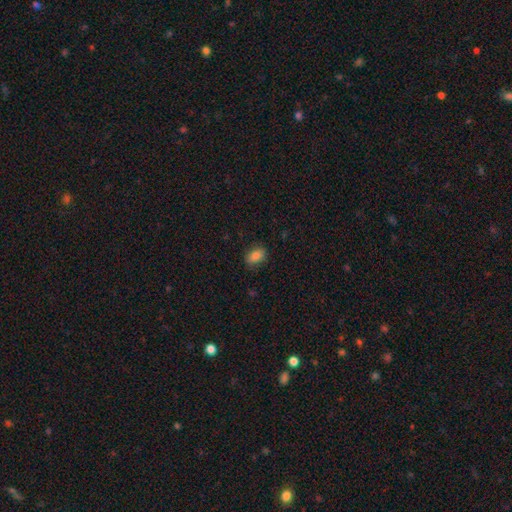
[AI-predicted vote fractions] Morphology: type=smooth (83%); roundness=in between (85%); merging=none (85%).